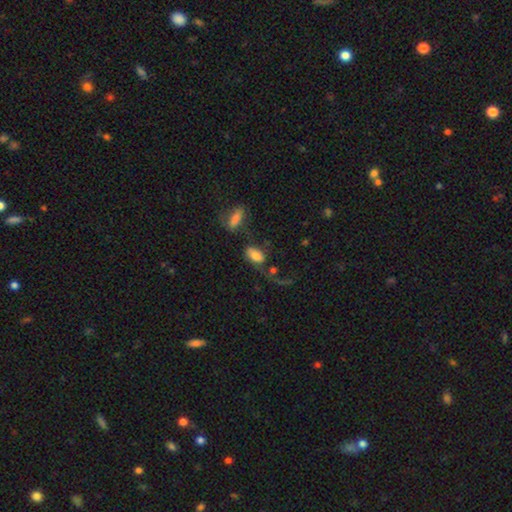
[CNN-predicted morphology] Smooth or featured? smooth (72%)
How rounded? in between (91%)
Merging? none (41%)